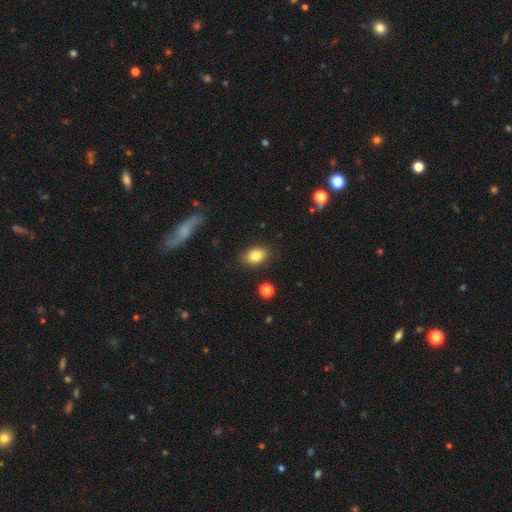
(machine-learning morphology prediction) Smooth or featured? smooth (83%)
How rounded? in between (82%)
Merging? none (85%)